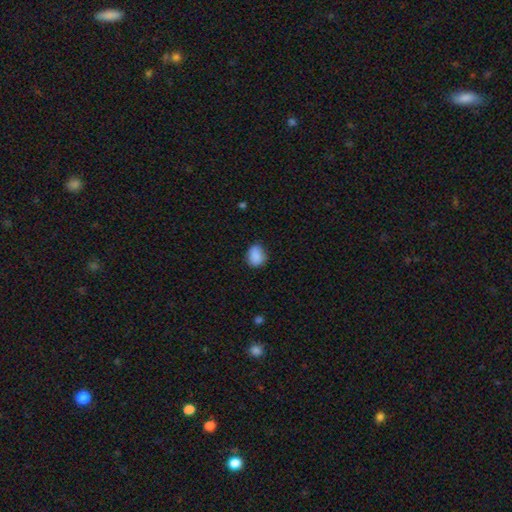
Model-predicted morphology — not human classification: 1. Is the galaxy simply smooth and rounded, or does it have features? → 88% smooth, 8% star or artifact, 4% featured or disk.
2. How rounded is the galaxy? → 53% in between, 46% round, 1% cigar-shaped.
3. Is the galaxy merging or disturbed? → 74% none, 21% minor disturbance, 4% major disturbance, 1% merger.